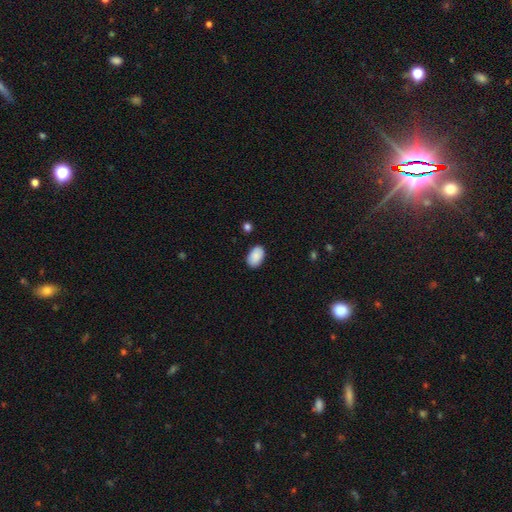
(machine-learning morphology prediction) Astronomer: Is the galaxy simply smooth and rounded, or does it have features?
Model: smooth — 88%.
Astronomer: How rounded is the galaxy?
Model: in between — 92%.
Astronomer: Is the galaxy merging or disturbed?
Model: none — 85%.